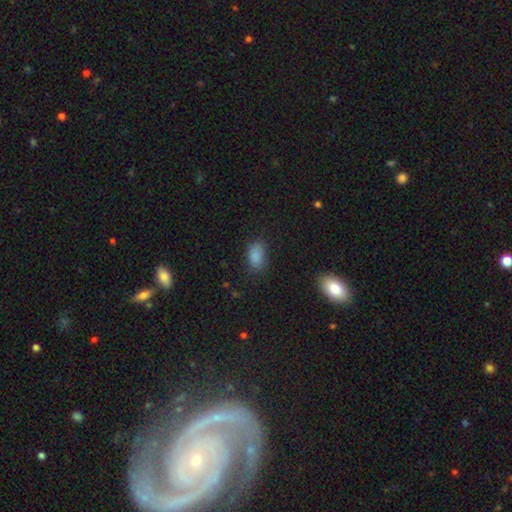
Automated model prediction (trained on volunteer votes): This appears to be a smooth galaxy with no disk features (85%) that is in between round and cigar-shaped (88%). Merging: none (76%).